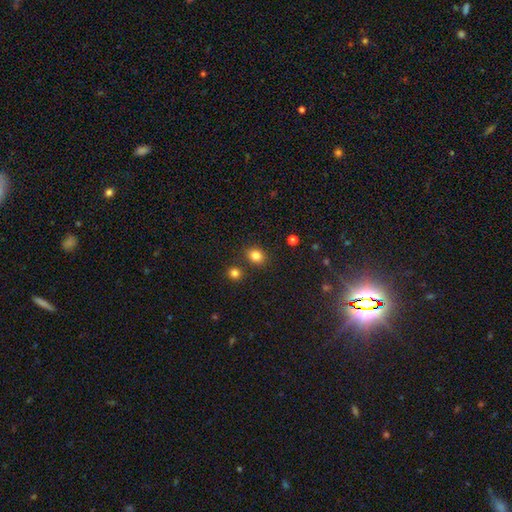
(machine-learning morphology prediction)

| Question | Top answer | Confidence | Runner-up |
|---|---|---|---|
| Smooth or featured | smooth | 83% | star or artifact (12%) |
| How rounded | round | 61% | in between (38%) |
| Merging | none | 82% | minor disturbance (9%) |